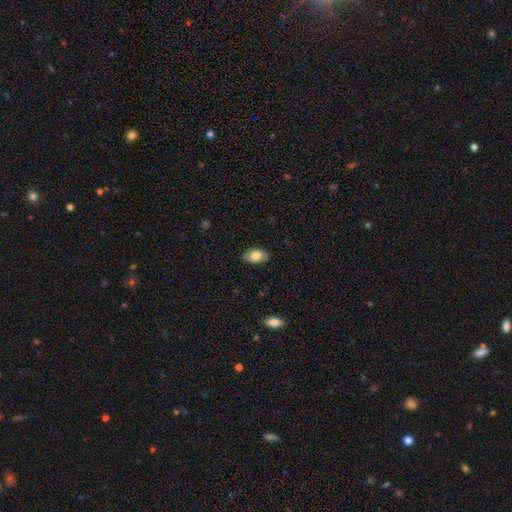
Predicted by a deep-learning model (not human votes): Morphology: type=smooth (81%); roundness=in between (92%); merging=none (86%).